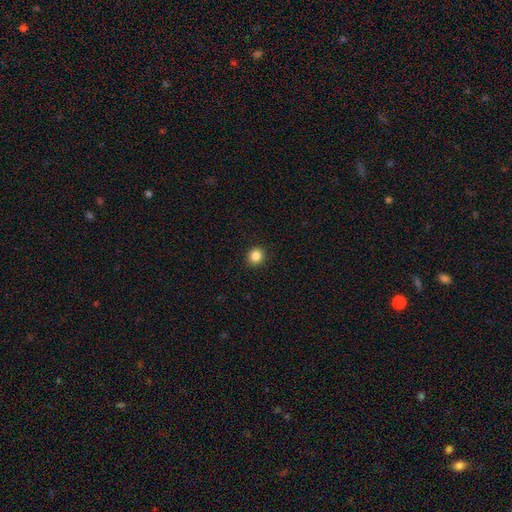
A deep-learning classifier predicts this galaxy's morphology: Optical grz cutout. It shows a smooth galaxy with no disk features (86%) that is round (91%). Merging: none (93%).